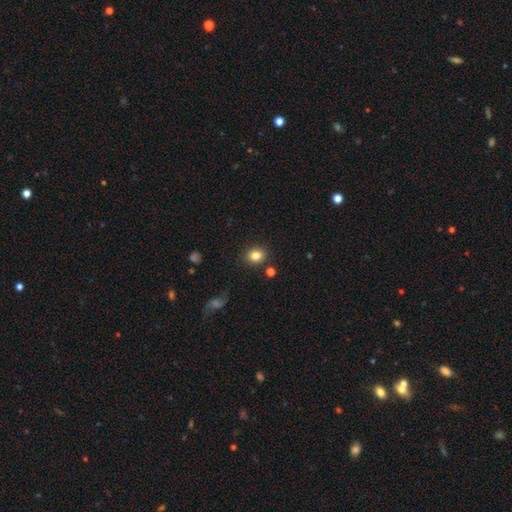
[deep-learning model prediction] Smooth or featured: smooth — 82% (star or artifact — 10%)
How rounded: round — 63% (in between — 37%)
Merging: none — 86% (minor disturbance — 8%)